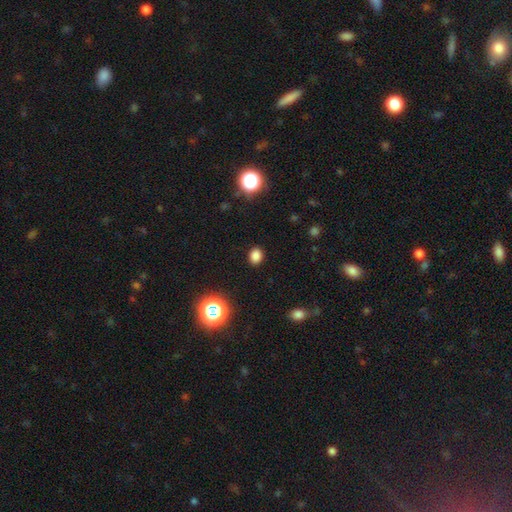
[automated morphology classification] Smooth or featured? Predicted: smooth (p=0.81). How rounded? Predicted: in between (p=0.59). Merging? Predicted: none (p=0.89).